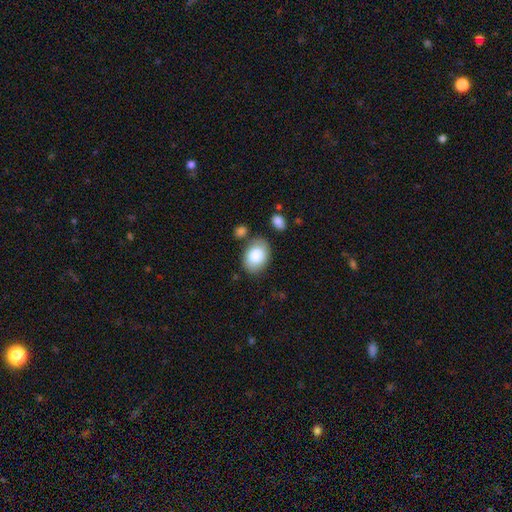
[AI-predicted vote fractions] Morphology: type=smooth (79%); roundness=in between (77%); merging=none (78%).